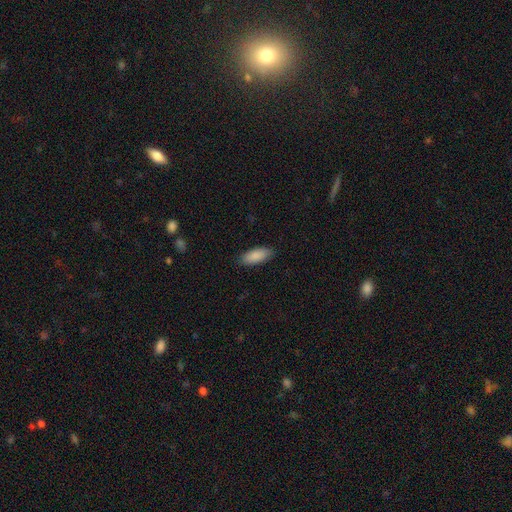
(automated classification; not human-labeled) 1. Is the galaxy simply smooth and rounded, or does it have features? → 89% smooth, 6% featured or disk, 6% star or artifact.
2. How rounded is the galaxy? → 80% in between, 18% cigar-shaped, 2% round.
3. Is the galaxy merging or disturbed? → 87% none, 10% minor disturbance, 2% major disturbance, 1% merger.